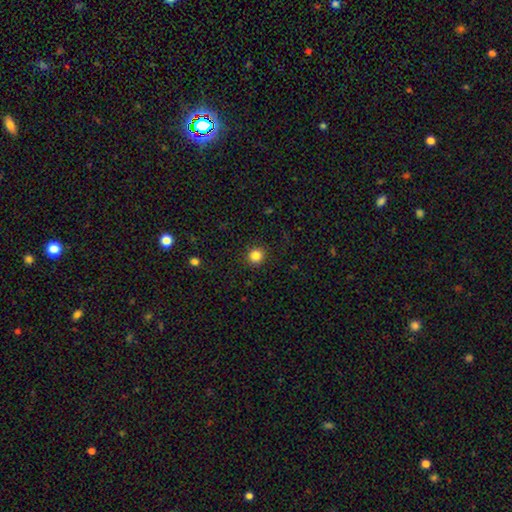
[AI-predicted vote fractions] Smooth or featured? Predicted: smooth (p=0.85). How rounded? Predicted: round (p=0.93). Merging? Predicted: none (p=0.92).